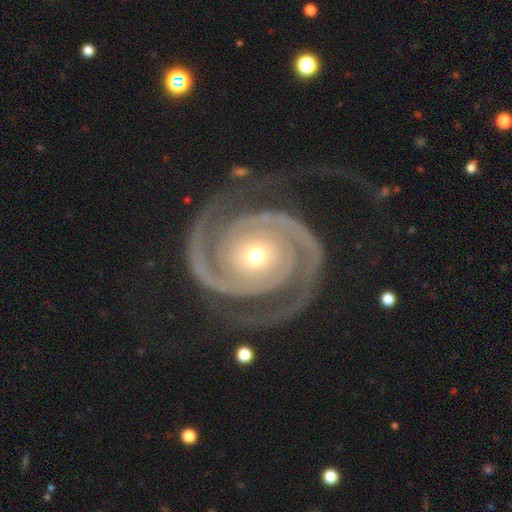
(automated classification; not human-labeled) Overall: featured or disk (94%). Edge-on disk: no (98%). Bar: no (78%). Spiral arms: yes (99%). Spiral arm count: 2 (94%). Spiral winding: tight (66%; medium 28%). Bulge size: moderate (49%; small 47%). Merging: none (79%).